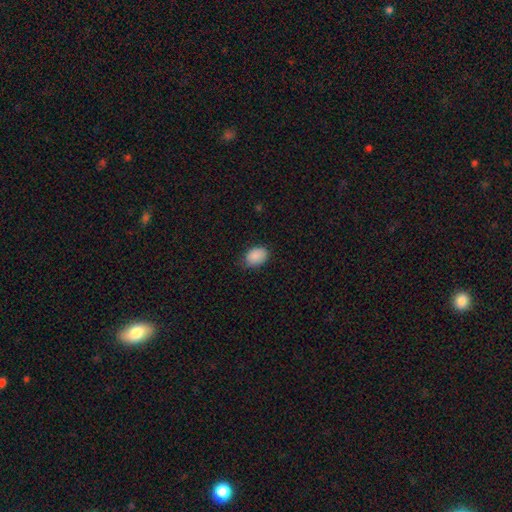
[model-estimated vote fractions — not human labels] The model was most divided on "how rounded": in between: 78%, round: 21%, cigar-shaped: 1%. More confident: smooth or featured — smooth (89%); merging — none (77%).